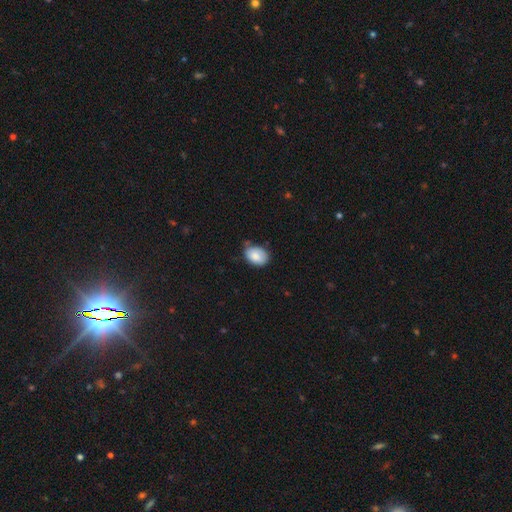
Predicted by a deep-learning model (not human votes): A smooth galaxy with no disk features (84%) that is in between round and cigar-shaped (75%).

Vote fractions:
- Smooth or featured? smooth: 84% / featured or disk: 9% / star or artifact: 7%
- How rounded? in between: 75% / round: 24% / cigar-shaped: 1%
- Merging? none: 56% / minor disturbance: 34% / major disturbance: 6% / merger: 4%